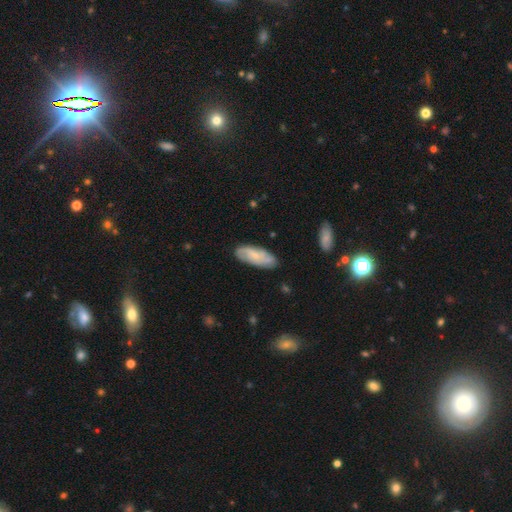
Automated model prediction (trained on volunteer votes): Overall: featured or disk (53%; smooth 41%). Edge-on disk: no (89%). Merging: none (76%).